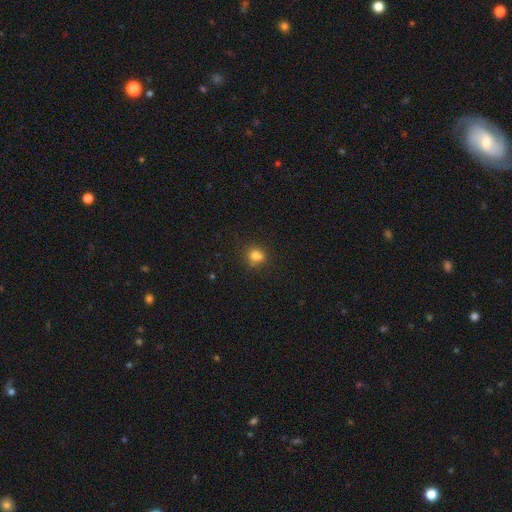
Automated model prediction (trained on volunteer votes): A smooth galaxy with no disk features (78%) that is round (77%). Merging: none (68%).